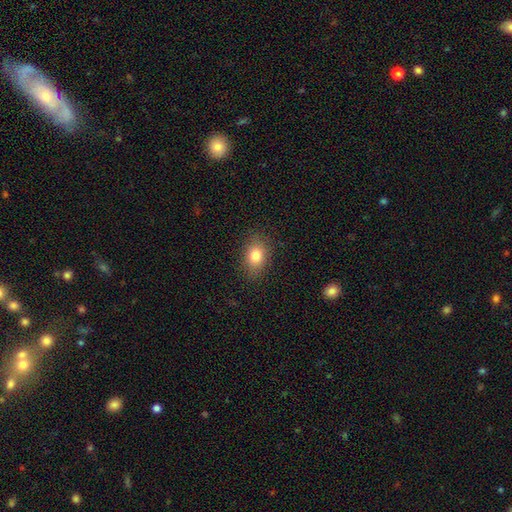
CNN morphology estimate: This is clearly a smooth galaxy (81%). How rounded: likely in between (75%). Merging: clearly none (86%).